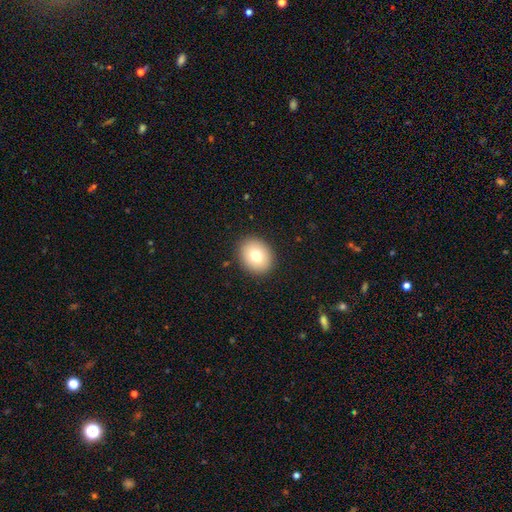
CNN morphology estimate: type=smooth (76%); roundness=round (56%); merging=none (90%).